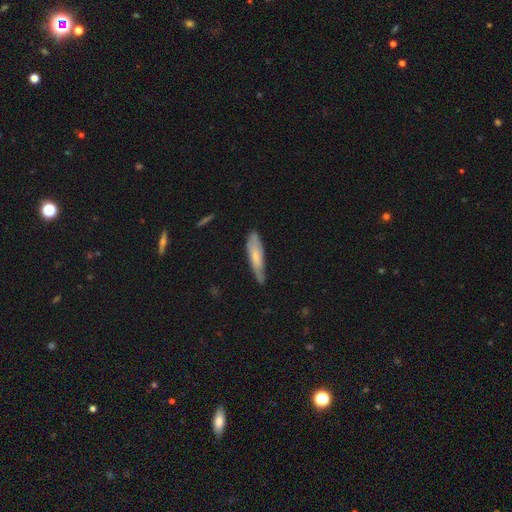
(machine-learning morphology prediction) type=smooth (59%); roundness=cigar-shaped (75%); merging=none (65%).